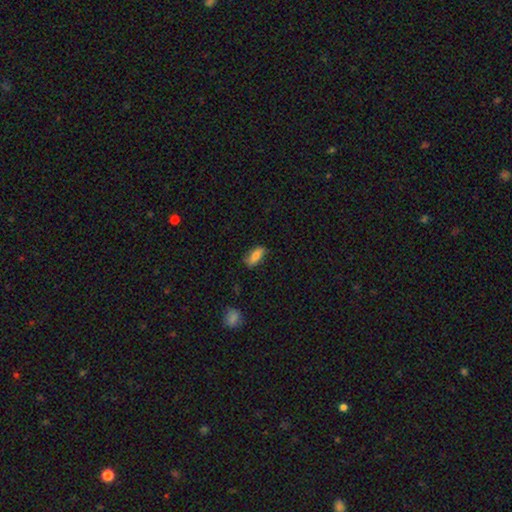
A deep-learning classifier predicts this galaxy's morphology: Smooth or featured?
  - smooth: 82% *
  - featured or disk: 11%
  - star or artifact: 7%
How rounded?
  - in between: 81% *
  - cigar-shaped: 17%
  - round: 3%
Merging?
  - none: 77% *
  - minor disturbance: 18%
  - major disturbance: 3%
  - merger: 2%